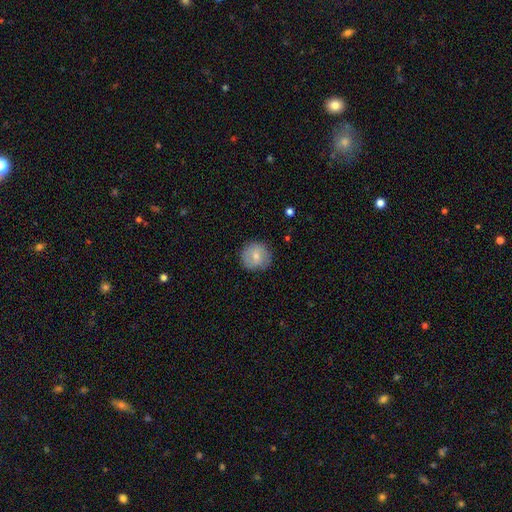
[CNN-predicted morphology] Smooth or featured? smooth (69%)
How rounded? round (93%)
Merging? none (85%)